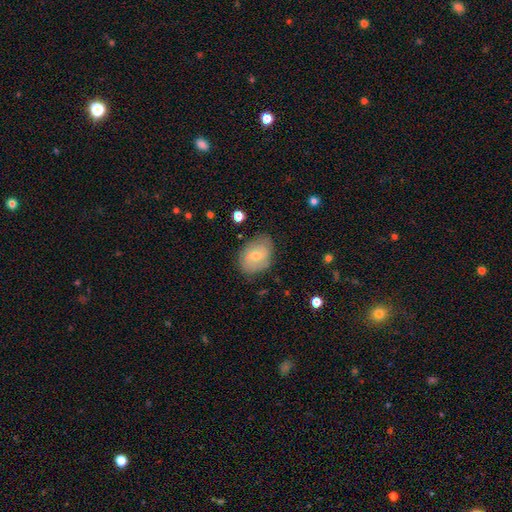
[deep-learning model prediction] A smooth galaxy with no disk features (58%) that is in between round and cigar-shaped (70%).

Vote fractions:
- Smooth or featured? smooth: 58% / featured or disk: 35% / star or artifact: 7%
- How rounded? in between: 70% / round: 29% / cigar-shaped: 1%
- Merging? none: 72% / minor disturbance: 21% / major disturbance: 6% / merger: 2%